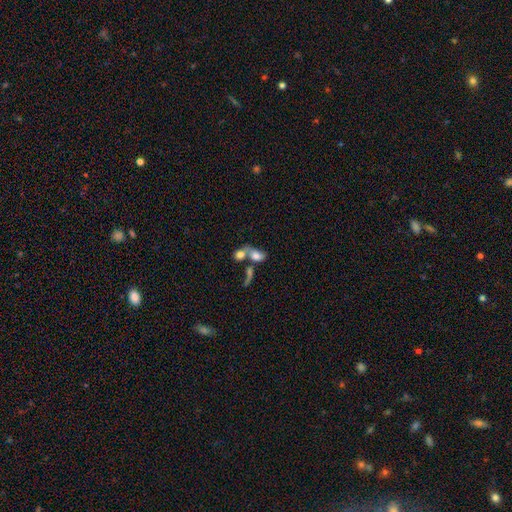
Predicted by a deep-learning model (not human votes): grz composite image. It shows a smooth galaxy with no disk features (67%) that is in between round and cigar-shaped (73%). Merging: merger (66%).